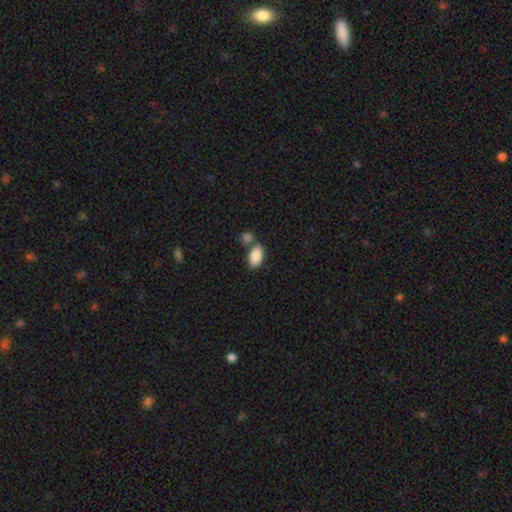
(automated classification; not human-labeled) A smooth galaxy with no disk features (87%) that is in between round and cigar-shaped (94%).

Vote fractions:
- Smooth or featured? smooth: 87% / star or artifact: 6% / featured or disk: 6%
- How rounded? in between: 94% / round: 3% / cigar-shaped: 3%
- Merging? none: 60% / merger: 26% / minor disturbance: 11% / major disturbance: 3%